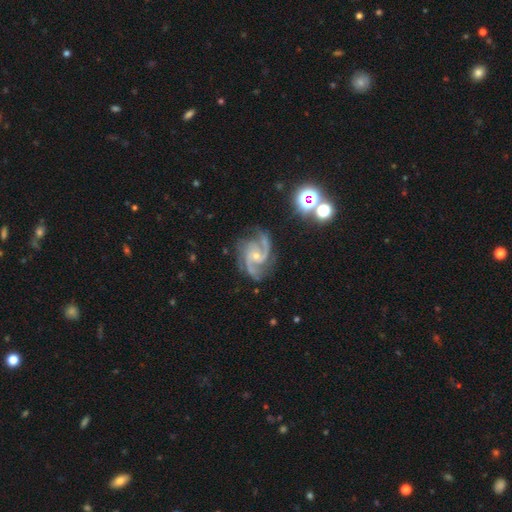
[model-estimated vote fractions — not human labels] Smooth or featured? Predicted: featured or disk (p=0.92). Edge-on disk? Predicted: no (p=0.98). Bar? Predicted: no (p=0.65). Spiral arms? Predicted: yes (p=0.99). Spiral winding? Predicted: medium (p=0.62). Spiral arm count? Predicted: 2 (p=0.52). Bulge size? Predicted: small (p=0.70). Merging? Predicted: none (p=0.71).